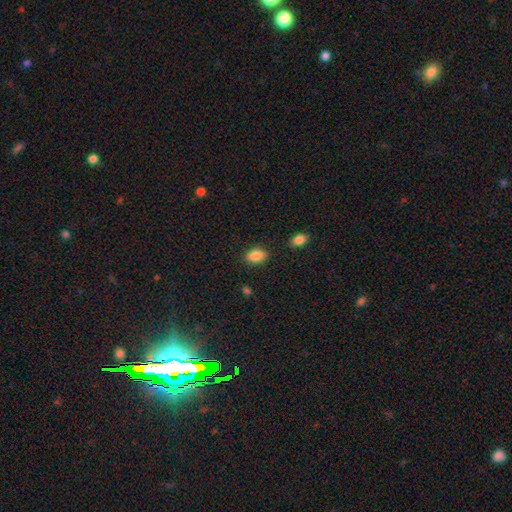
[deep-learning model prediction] Overall: smooth (86%). How rounded: in between (88%). Merging: none (85%).